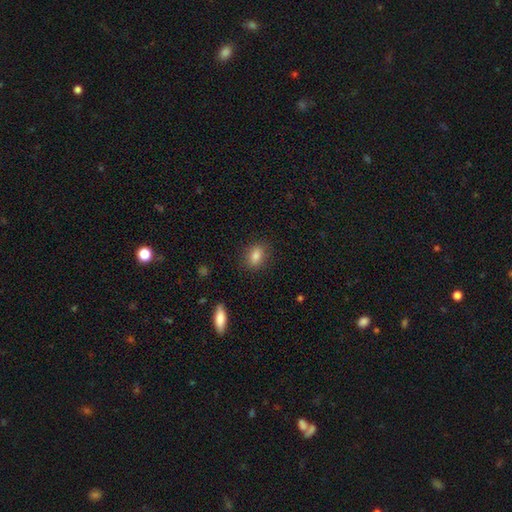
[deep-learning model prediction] smooth_or_featured: smooth (p=0.84) [alt: star or artifact p=0.09]
how_rounded: in between (p=0.73) [alt: round p=0.23]
merging: none (p=0.86) [alt: minor disturbance p=0.10]